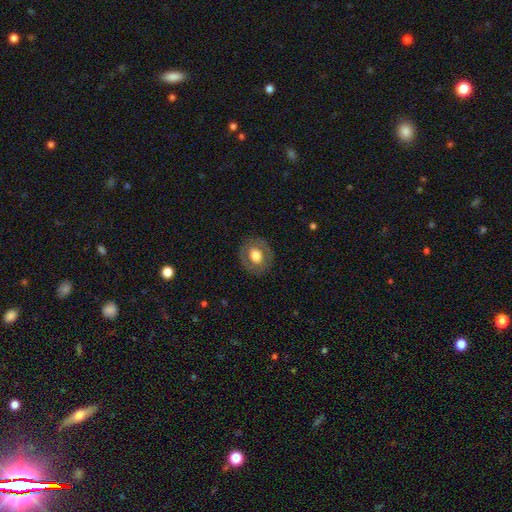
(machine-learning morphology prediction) Overall: smooth (60%; featured or disk 32%). How rounded: round (63%; in between 36%). Merging: none (84%).